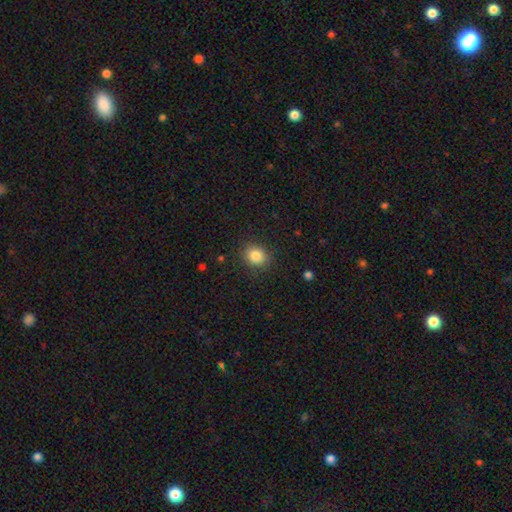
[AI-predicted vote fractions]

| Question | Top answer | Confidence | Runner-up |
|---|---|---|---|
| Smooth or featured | smooth | 85% | star or artifact (10%) |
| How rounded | round | 66% | in between (33%) |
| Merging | none | 88% | minor disturbance (9%) |